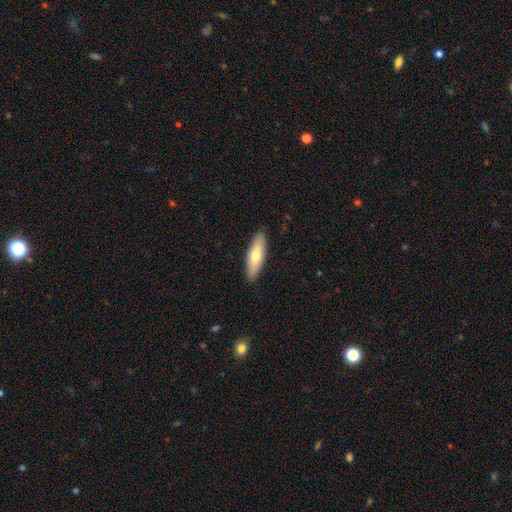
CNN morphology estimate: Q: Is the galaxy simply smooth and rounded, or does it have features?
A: smooth — 68%.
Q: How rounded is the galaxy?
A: in between — 50%.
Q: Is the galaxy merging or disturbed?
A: none — 89%.